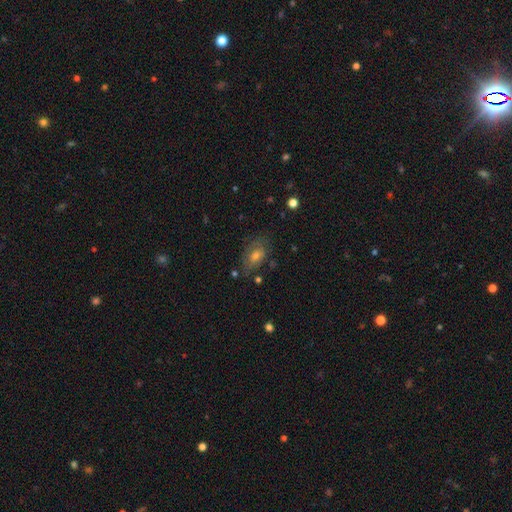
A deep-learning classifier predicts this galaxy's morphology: A smooth galaxy with no disk features (46%). Merging: none (70%).